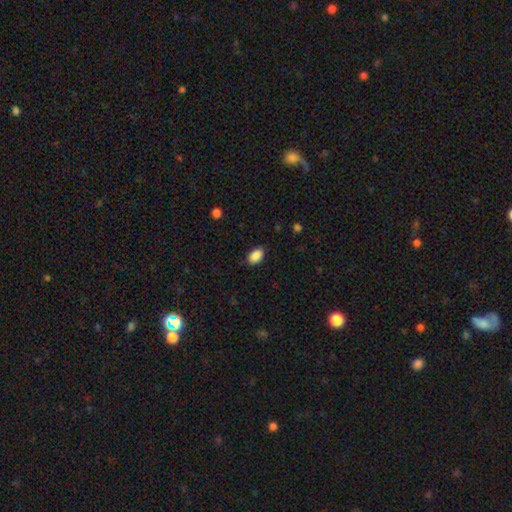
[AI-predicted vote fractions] Smooth or featured?
  - smooth: 90% *
  - star or artifact: 8%
  - featured or disk: 3%
How rounded?
  - in between: 88% *
  - round: 10%
  - cigar-shaped: 1%
Merging?
  - none: 84% *
  - minor disturbance: 12%
  - major disturbance: 3%
  - merger: 1%